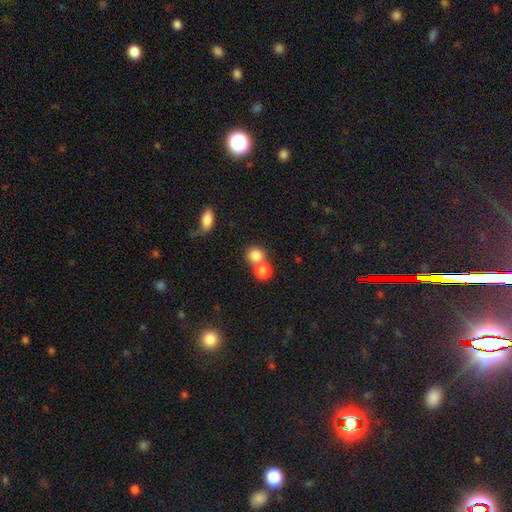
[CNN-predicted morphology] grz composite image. It shows a smooth galaxy with no disk features (82%) that is round (81%). Merging: none (48%).